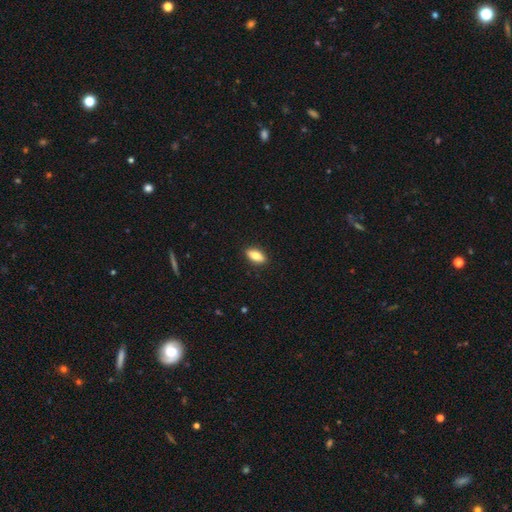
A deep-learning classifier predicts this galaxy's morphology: smooth-or-featured: smooth: 80% | featured or disk: 13% | star or artifact: 7%
  how-rounded: in between: 86% | cigar-shaped: 11% | round: 4%
  merging: none: 90% | minor disturbance: 8% | major disturbance: 2% | merger: 1%